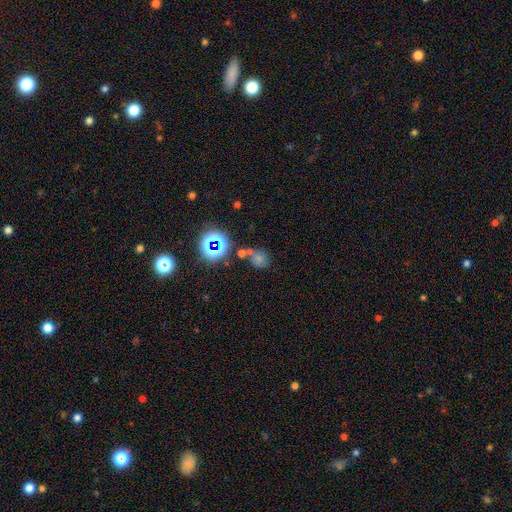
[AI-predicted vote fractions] Smooth or featured? Predicted: star or artifact (p=0.69).